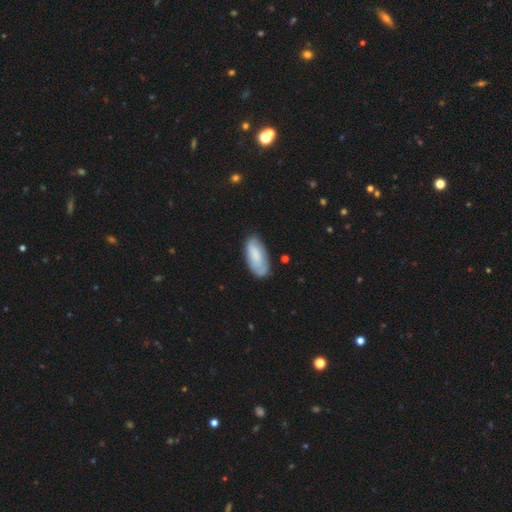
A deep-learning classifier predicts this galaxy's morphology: Smooth or featured? Predicted: smooth (p=0.72). How rounded? Predicted: in between (p=0.89). Merging? Predicted: none (p=0.73).